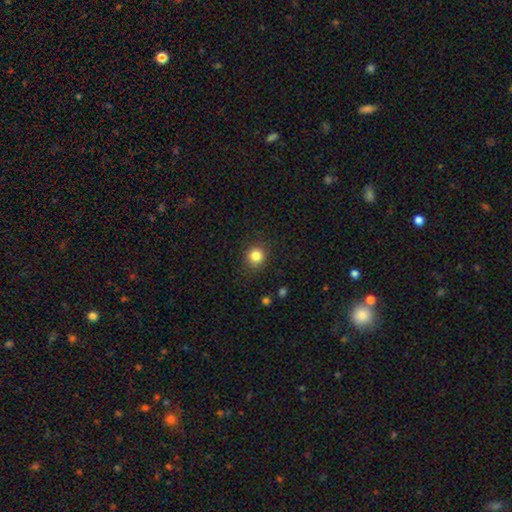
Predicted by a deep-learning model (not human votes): Smooth or featured?
  - smooth: 84% *
  - star or artifact: 11%
  - featured or disk: 5%
How rounded?
  - round: 89% *
  - in between: 10%
  - cigar-shaped: 1%
Merging?
  - none: 87% *
  - minor disturbance: 9%
  - major disturbance: 3%
  - merger: 1%